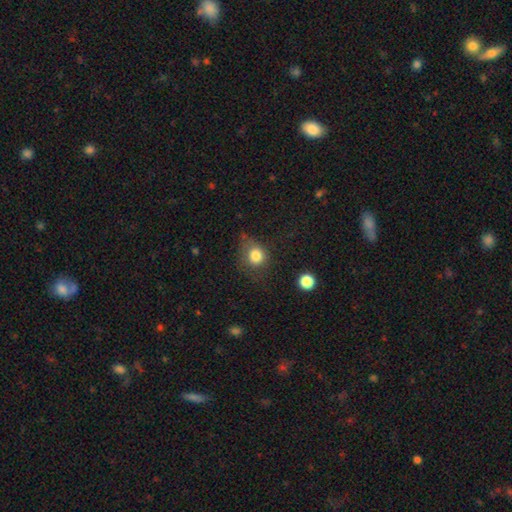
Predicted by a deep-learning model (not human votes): Overall: smooth (81%). How rounded: round (78%). Merging: none (56%; minor disturbance 28%).